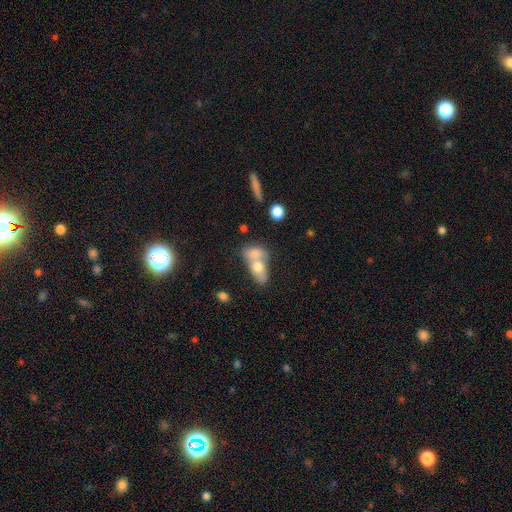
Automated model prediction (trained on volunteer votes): A smooth galaxy with no disk features (62%) that is in between round and cigar-shaped (73%). Merging: merger (62%).